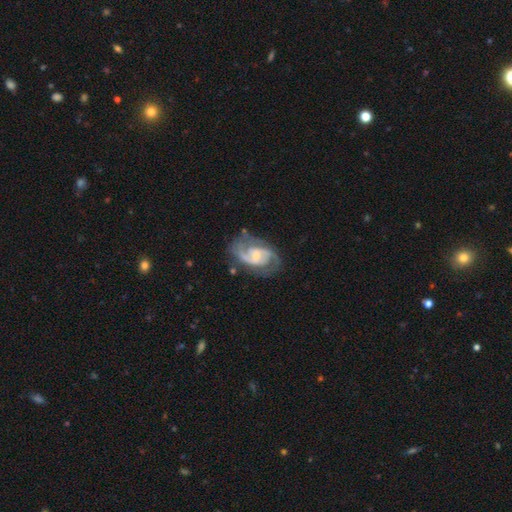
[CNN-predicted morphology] type=featured or disk (87%); edge-on=no (97%); bar=weak (45%); spiral arms=yes (96%); winding=medium (53%); arm count=2 (78%); bulge=small (47%); merging=none (66%).